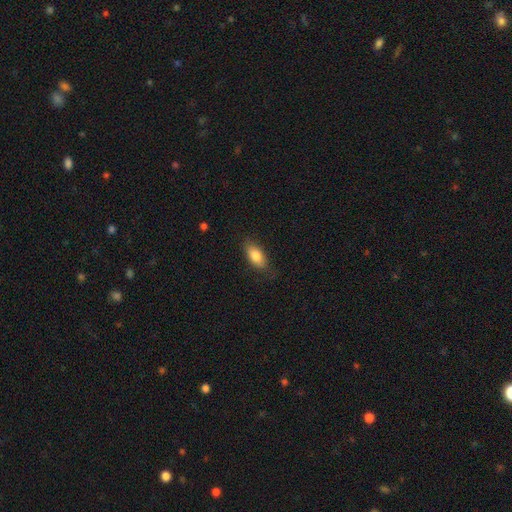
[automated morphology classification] Smooth or featured? Predicted: smooth (p=0.81). How rounded? Predicted: in between (p=0.86). Merging? Predicted: none (p=0.78).